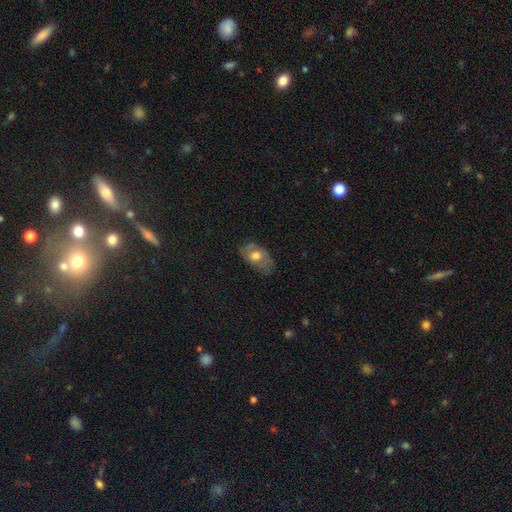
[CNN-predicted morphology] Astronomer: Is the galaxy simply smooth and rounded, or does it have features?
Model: smooth — 51% (runner-up: featured or disk, 40%).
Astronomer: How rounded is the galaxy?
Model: in between — 88%.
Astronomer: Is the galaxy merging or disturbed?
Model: none — 60%.